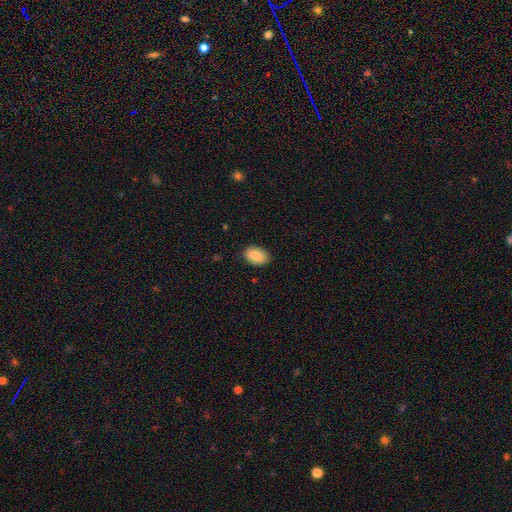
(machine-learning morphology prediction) type=smooth (88%); roundness=in between (88%); merging=none (85%).